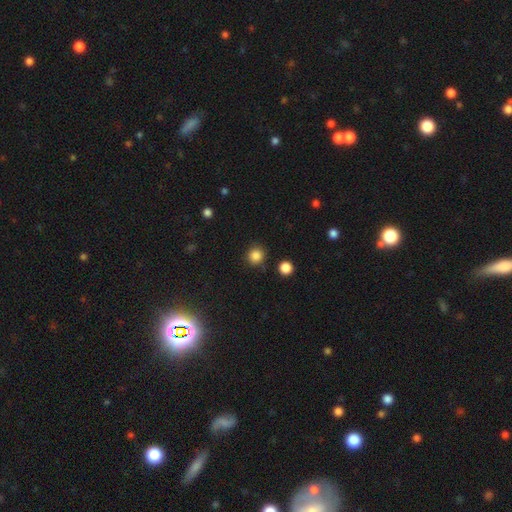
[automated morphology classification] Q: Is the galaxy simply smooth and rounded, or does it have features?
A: smooth — 84%.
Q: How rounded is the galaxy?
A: round — 93%.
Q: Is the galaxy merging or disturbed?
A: none — 88%.